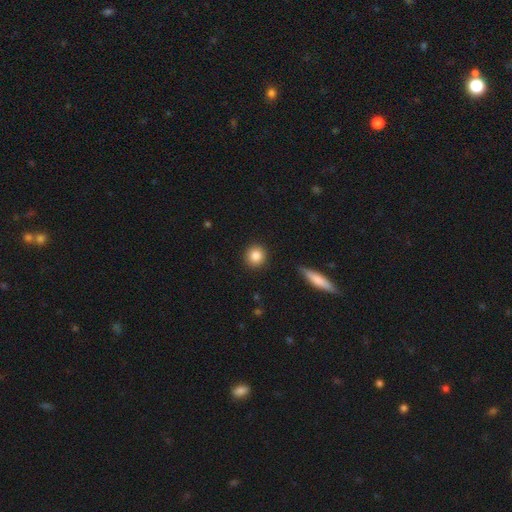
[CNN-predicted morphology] This is clearly a smooth galaxy (86%). How rounded: clearly round (89%). Merging: clearly none (90%).